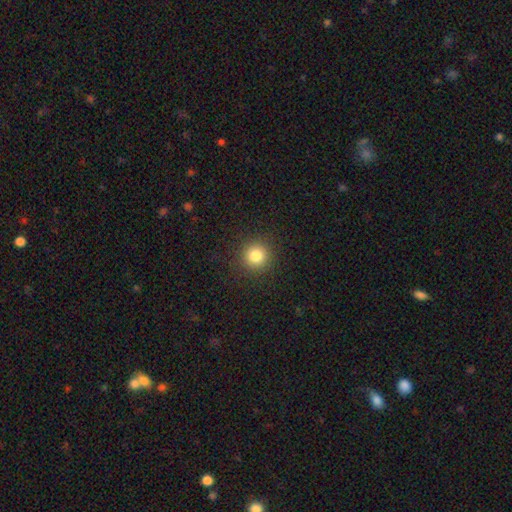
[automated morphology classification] Smooth or featured? Predicted: smooth (p=0.82). How rounded? Predicted: round (p=0.94). Merging? Predicted: none (p=0.91).